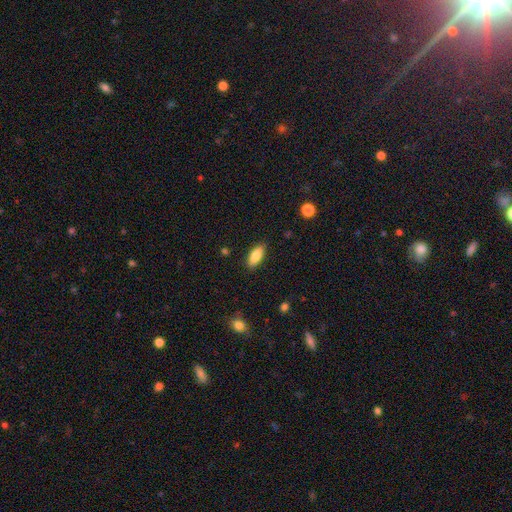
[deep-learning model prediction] Morphology: type=smooth (85%); roundness=in between (79%); merging=none (87%).